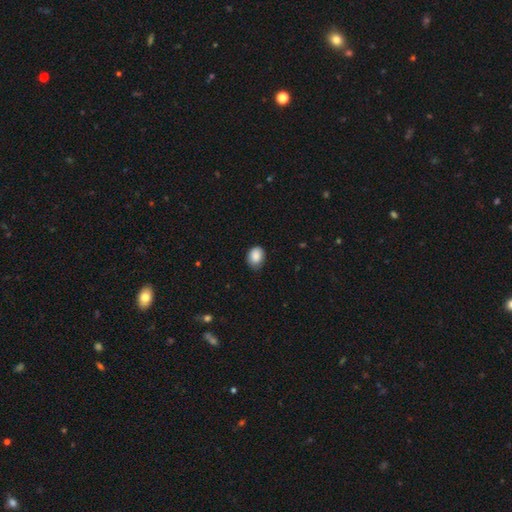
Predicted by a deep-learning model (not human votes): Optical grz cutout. It shows a smooth galaxy with no disk features (87%) that is in between round and cigar-shaped (60%). Merging: none (69%).